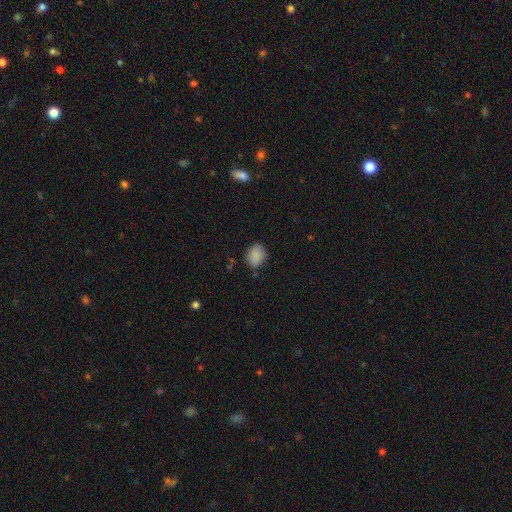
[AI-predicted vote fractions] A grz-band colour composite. It shows a smooth galaxy with no disk features (87%) that is in between round and cigar-shaped (59%). Merging: none (79%).